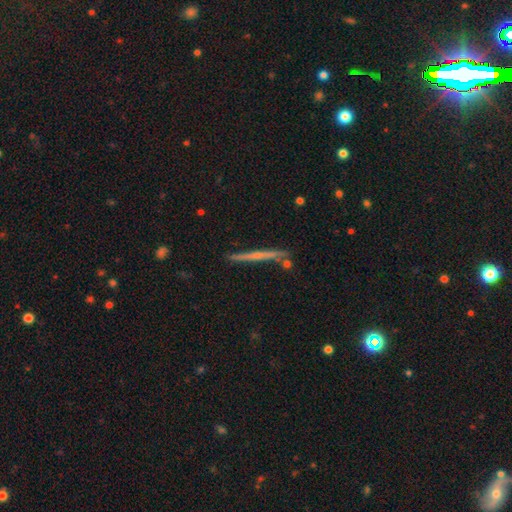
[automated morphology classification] A featured or disk galaxy (62%) viewed edge-on (98%) with no central bulge (63%). Merging: none (86%).